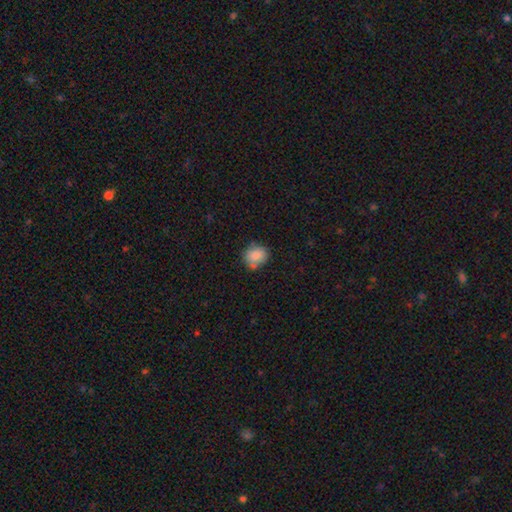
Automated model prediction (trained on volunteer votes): Smooth or featured? smooth (85%)
How rounded? round (64%)
Merging? none (66%)